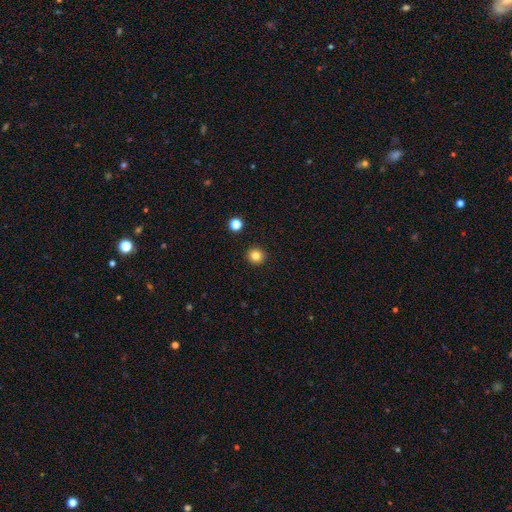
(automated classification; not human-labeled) This appears to be a smooth galaxy with no disk features (83%) that is round (92%). Merging: none (92%).